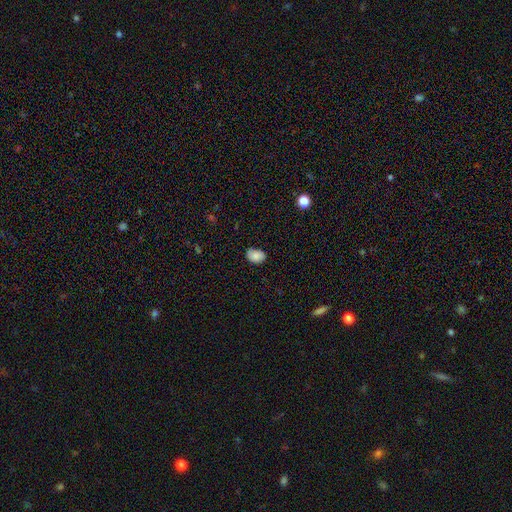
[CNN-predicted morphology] type=smooth (84%); roundness=in between (77%); merging=none (72%).